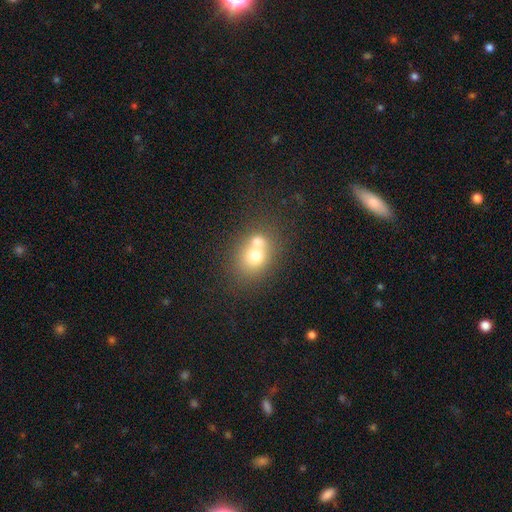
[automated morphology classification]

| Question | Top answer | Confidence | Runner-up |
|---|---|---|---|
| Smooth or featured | smooth | 68% | featured or disk (20%) |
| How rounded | round | 65% | in between (34%) |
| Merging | merger | 58% | none (32%) |